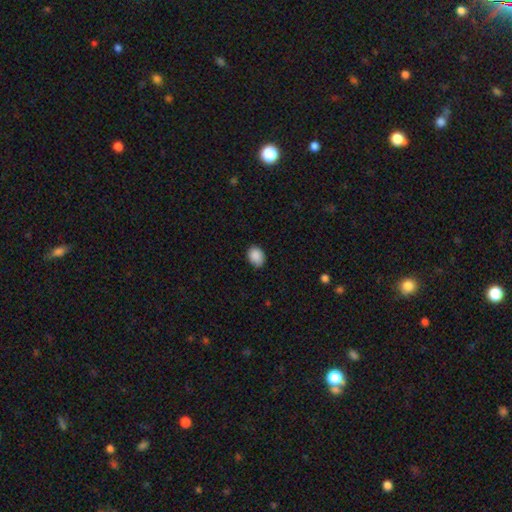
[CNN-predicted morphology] Overall: smooth (89%). How rounded: in between (57%; round 43%). Merging: none (79%).